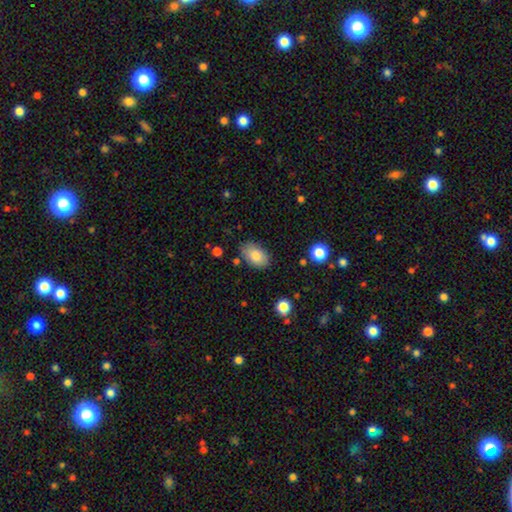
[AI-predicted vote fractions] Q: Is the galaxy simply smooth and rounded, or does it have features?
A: smooth — 84%.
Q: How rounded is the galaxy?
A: in between — 91%.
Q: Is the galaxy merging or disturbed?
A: none — 77%.